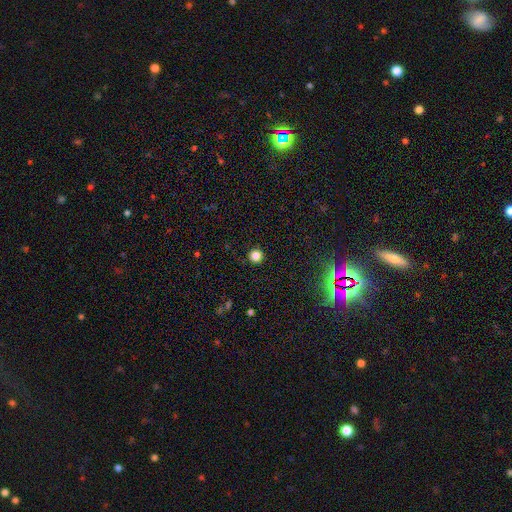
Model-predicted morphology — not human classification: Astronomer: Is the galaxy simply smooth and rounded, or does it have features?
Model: smooth — 83%.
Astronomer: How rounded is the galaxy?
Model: round — 96%.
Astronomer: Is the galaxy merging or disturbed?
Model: none — 93%.